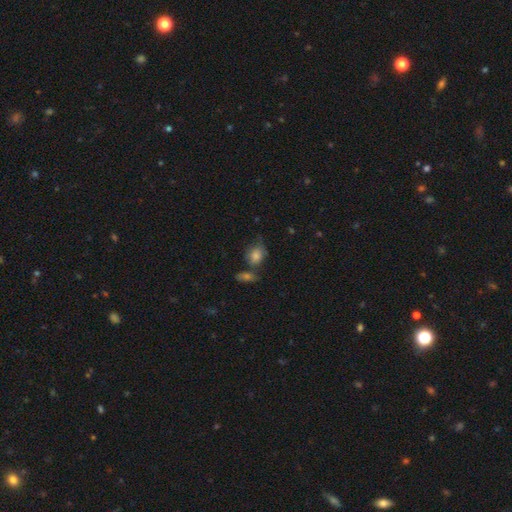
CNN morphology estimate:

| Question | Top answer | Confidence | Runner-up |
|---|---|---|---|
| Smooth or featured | smooth | 72% | featured or disk (15%) |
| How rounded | round | 50% | in between (48%) |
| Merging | none | 46% | minor disturbance (24%) |